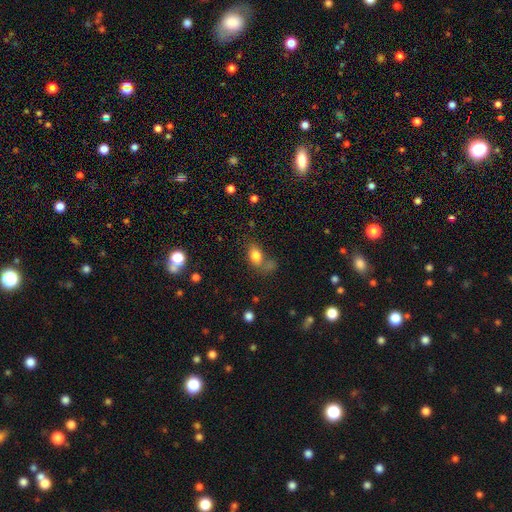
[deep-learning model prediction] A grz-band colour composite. It shows a smooth galaxy with no disk features (80%) that is in between round and cigar-shaped (80%). Merging: none (51%).